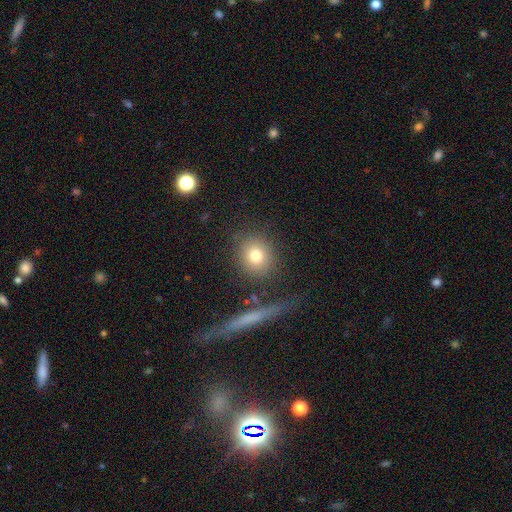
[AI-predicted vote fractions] This appears to be a smooth galaxy with no disk features (78%) that is round (85%). Merging: none (83%).